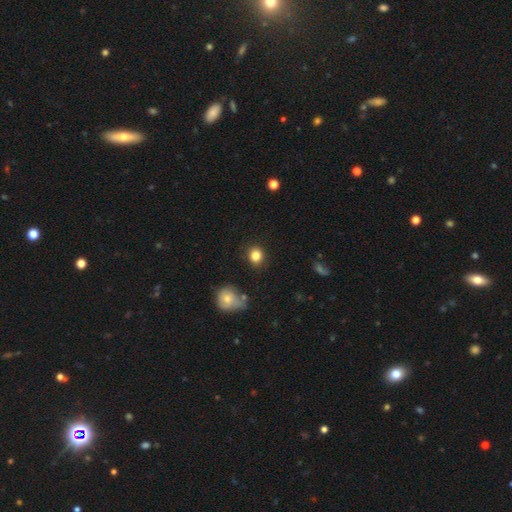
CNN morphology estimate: This appears to be a smooth galaxy with no disk features (84%) that is round (76%). Merging: none (86%).